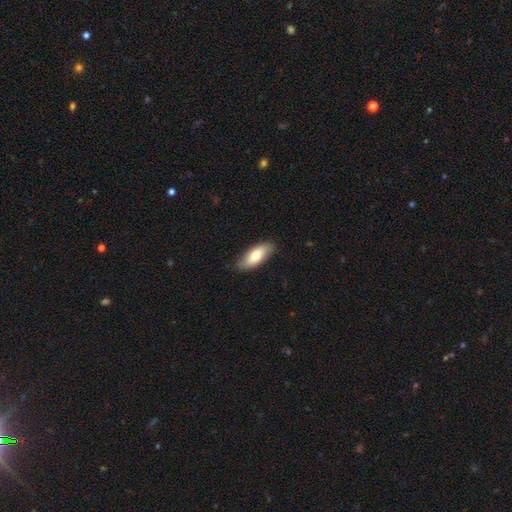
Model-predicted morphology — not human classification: A smooth galaxy with no disk features (73%) that is in between round and cigar-shaped (80%).

Vote fractions:
- Smooth or featured? smooth: 73% / featured or disk: 22% / star or artifact: 5%
- How rounded? in between: 80% / cigar-shaped: 18% / round: 2%
- Merging? none: 83% / minor disturbance: 13% / major disturbance: 2% / merger: 1%